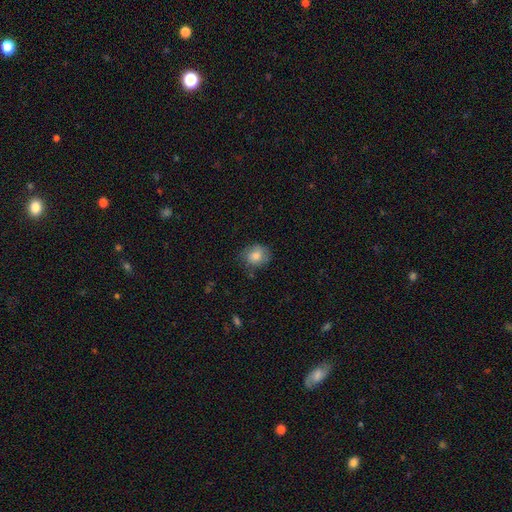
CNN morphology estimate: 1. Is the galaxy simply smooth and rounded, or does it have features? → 80% smooth, 12% featured or disk, 8% star or artifact.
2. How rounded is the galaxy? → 67% round, 32% in between, 1% cigar-shaped.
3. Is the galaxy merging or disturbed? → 68% none, 24% minor disturbance, 6% major disturbance, 2% merger.